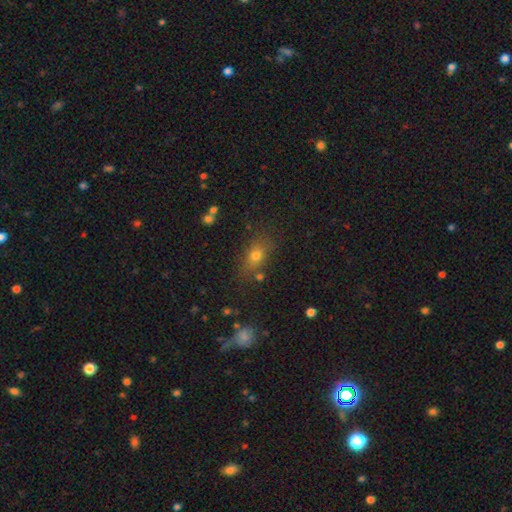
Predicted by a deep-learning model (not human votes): A smooth galaxy with no disk features (70%) that is in between round and cigar-shaped (63%). Merging: none (75%).